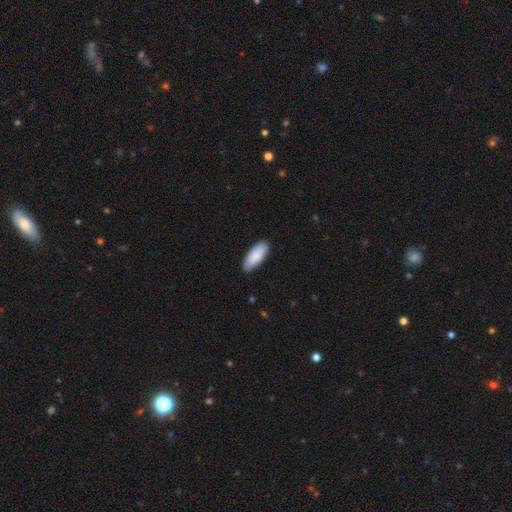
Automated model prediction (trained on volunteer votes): A smooth galaxy with no disk features (88%) that is in between round and cigar-shaped (78%).

Vote fractions:
- Smooth or featured? smooth: 88% / featured or disk: 7% / star or artifact: 5%
- How rounded? in between: 78% / cigar-shaped: 20% / round: 1%
- Merging? none: 87% / minor disturbance: 10% / major disturbance: 2% / merger: 1%